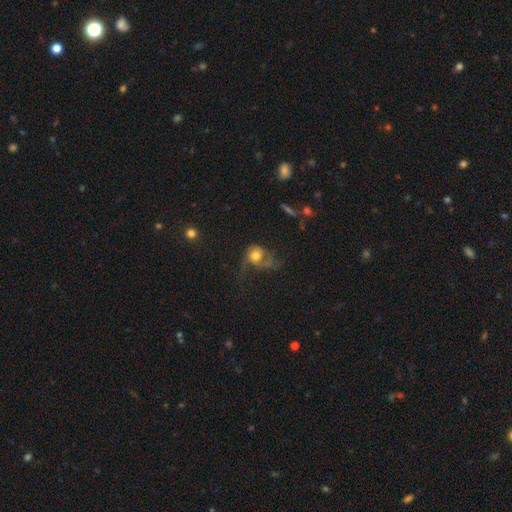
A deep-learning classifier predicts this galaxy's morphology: This is possibly a smooth galaxy (52%). How rounded: likely round (67%). Merging: possibly major disturbance (48%).